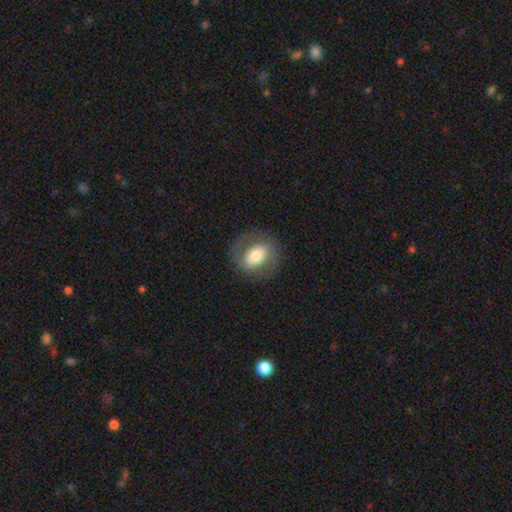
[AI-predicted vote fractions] Overall: smooth (49%; featured or disk 43%). Merging: none (77%).